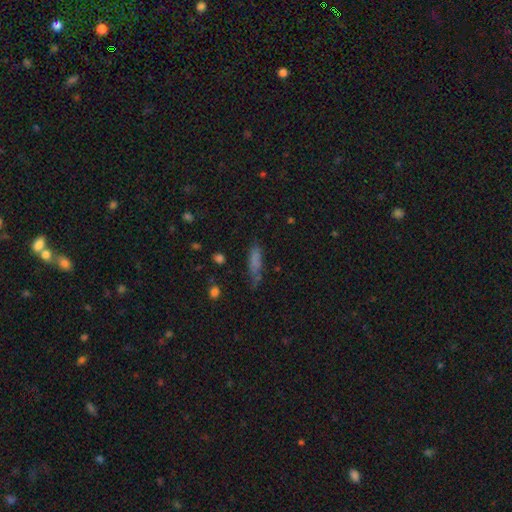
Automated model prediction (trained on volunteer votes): Smooth or featured?
  - smooth: 66% *
  - star or artifact: 18%
  - featured or disk: 16%
How rounded?
  - cigar-shaped: 62% *
  - in between: 34%
  - round: 4%
Merging?
  - none: 59% *
  - minor disturbance: 26%
  - major disturbance: 11%
  - merger: 4%